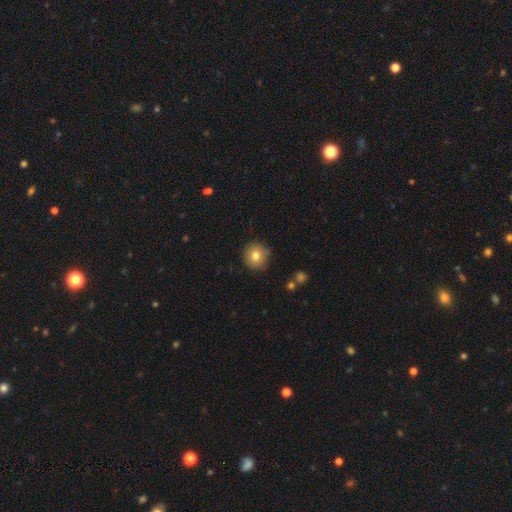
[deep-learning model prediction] Smooth or featured?
  - smooth: 79% *
  - featured or disk: 11%
  - star or artifact: 10%
How rounded?
  - round: 93% *
  - in between: 6%
  - cigar-shaped: 1%
Merging?
  - none: 86% *
  - minor disturbance: 10%
  - major disturbance: 2%
  - merger: 2%